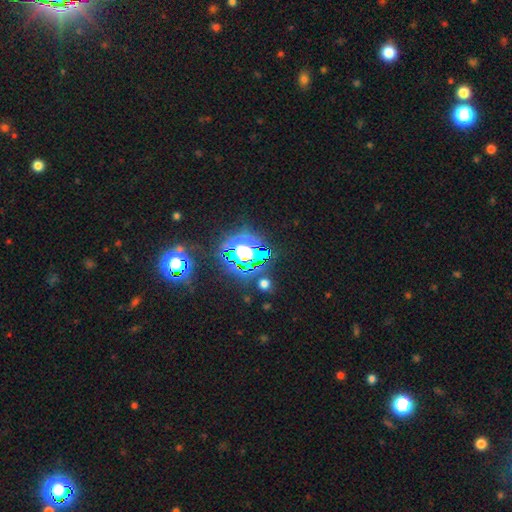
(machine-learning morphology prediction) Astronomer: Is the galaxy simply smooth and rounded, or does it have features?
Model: star or artifact — 75%.